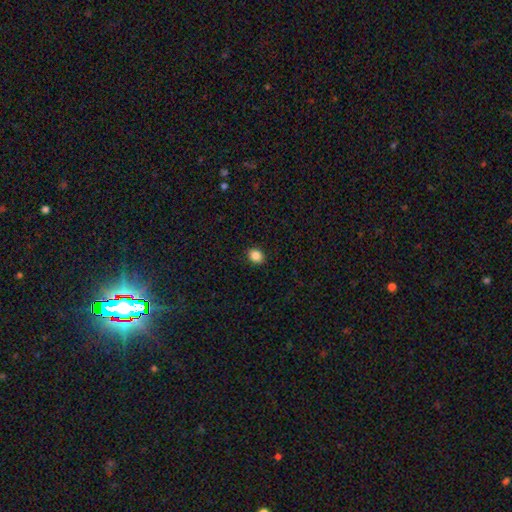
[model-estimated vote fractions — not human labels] smooth_or_featured: smooth (p=0.86) [alt: star or artifact p=0.10]
how_rounded: round (p=0.57) [alt: in between p=0.42]
merging: none (p=0.91) [alt: minor disturbance p=0.06]